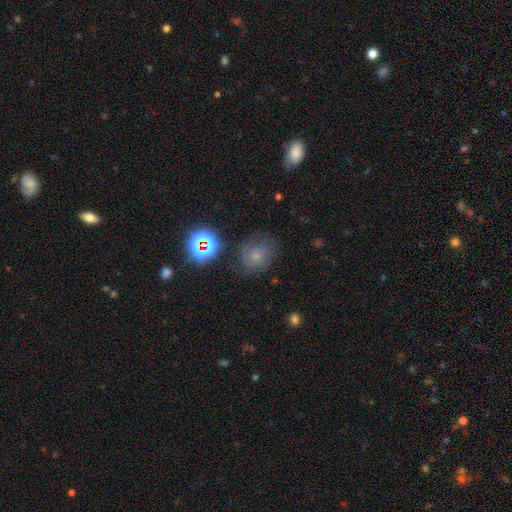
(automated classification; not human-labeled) This appears to be a smooth galaxy with no disk features (41%). Merging: none (62%).